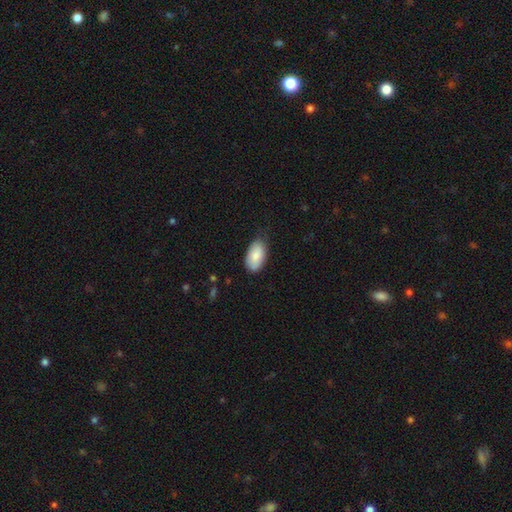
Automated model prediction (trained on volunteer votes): Overall: smooth (84%). How rounded: in between (95%). Merging: none (67%; minor disturbance 27%).